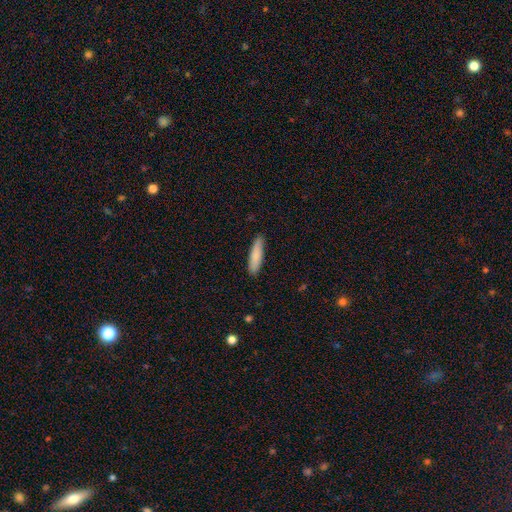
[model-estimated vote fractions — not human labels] This is clearly a smooth galaxy (84%). How rounded: likely cigar-shaped (76%). Merging: clearly none (86%).